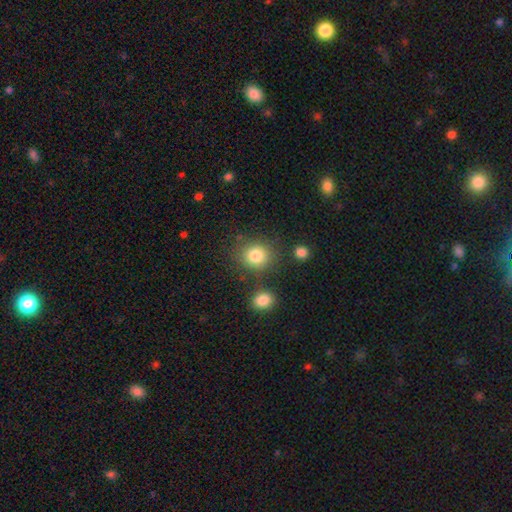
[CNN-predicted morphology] Q: Smooth or featured?
A: smooth (83%); runner-up: star or artifact (11%)
Q: How rounded?
A: round (82%); runner-up: in between (17%)
Q: Merging?
A: none (77%); runner-up: minor disturbance (10%)